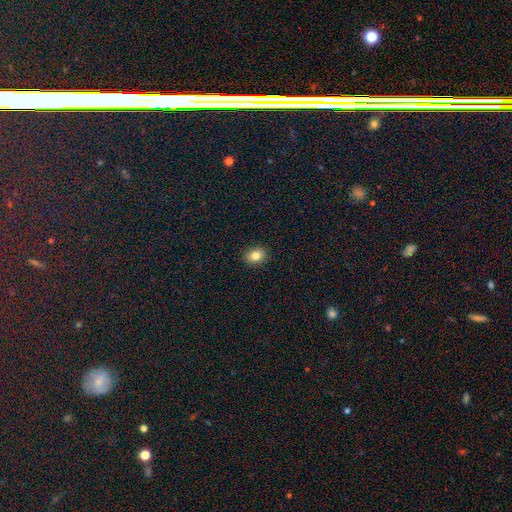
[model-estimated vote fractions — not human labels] This is clearly a smooth galaxy (82%). How rounded: possibly in between (55%). Merging: clearly none (90%).